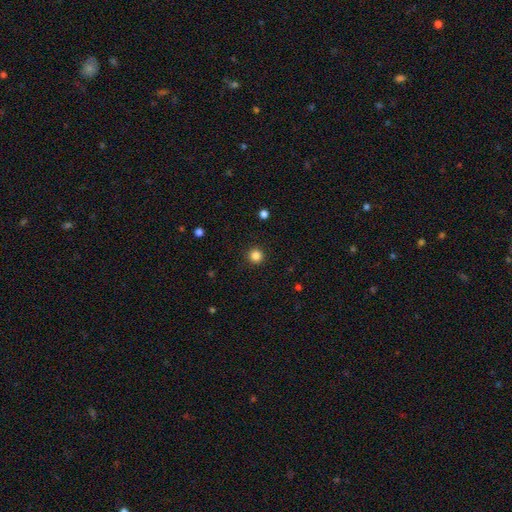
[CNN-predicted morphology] A smooth galaxy with no disk features (85%) that is round (95%).

Vote fractions:
- Smooth or featured? smooth: 85% / star or artifact: 12% / featured or disk: 3%
- How rounded? round: 95% / in between: 4% / cigar-shaped: 1%
- Merging? none: 92% / minor disturbance: 5% / major disturbance: 2% / merger: 1%